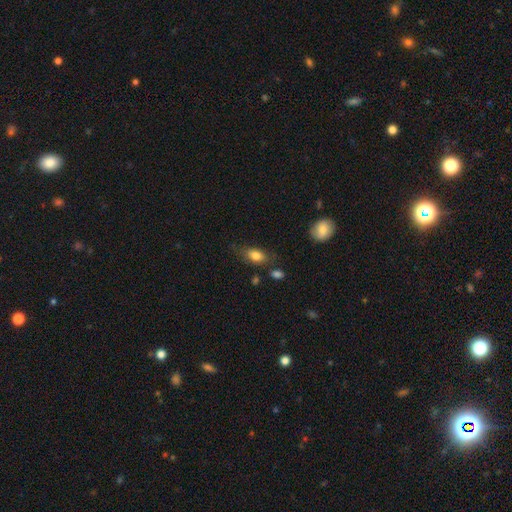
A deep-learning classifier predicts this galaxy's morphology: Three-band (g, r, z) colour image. It shows a smooth galaxy with no disk features (80%) that is in between round and cigar-shaped (85%). Merging: none (65%).